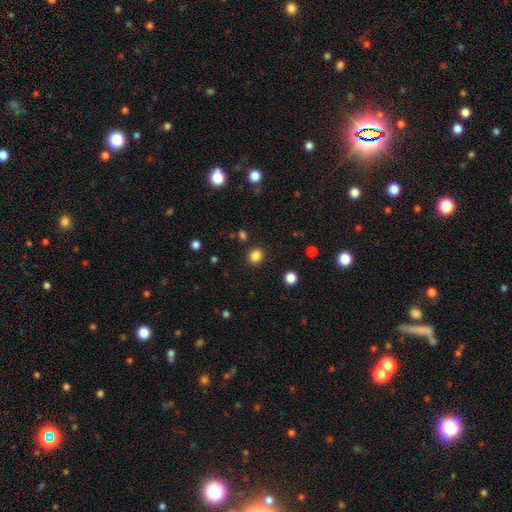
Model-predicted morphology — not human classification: This is clearly a smooth galaxy (84%). How rounded: clearly round (85%). Merging: clearly none (90%).